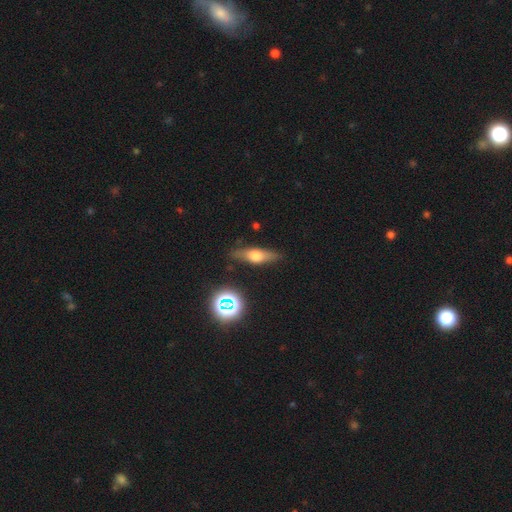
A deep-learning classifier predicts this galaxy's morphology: smooth_or_featured: featured or disk (p=0.45) [alt: smooth p=0.44]
merging: none (p=0.82) [alt: minor disturbance p=0.13]